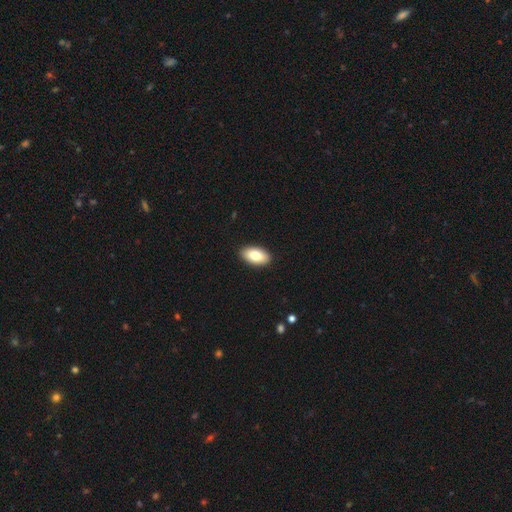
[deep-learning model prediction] Overall: smooth (82%). How rounded: in between (94%). Merging: none (91%).